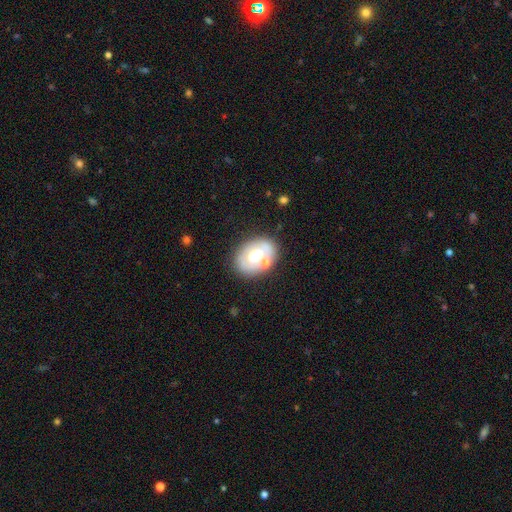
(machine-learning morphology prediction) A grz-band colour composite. It shows a featured or disk galaxy (45%, tied with smooth). Merging: none (63%).